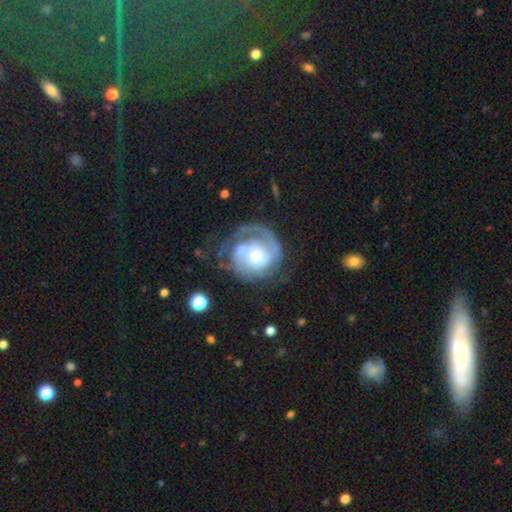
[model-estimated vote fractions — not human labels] This is clearly a featured or disk galaxy (80%). It is clearly not viewed edge-on (98%). Bar: likely no (74%). Spiral arm pattern: clearly yes (92%). Spiral arm count: marginally 2 (38%). Spiral winding: possibly tight (55%). Central bulge: marginally moderate (41%). Merging: possibly none (56%).